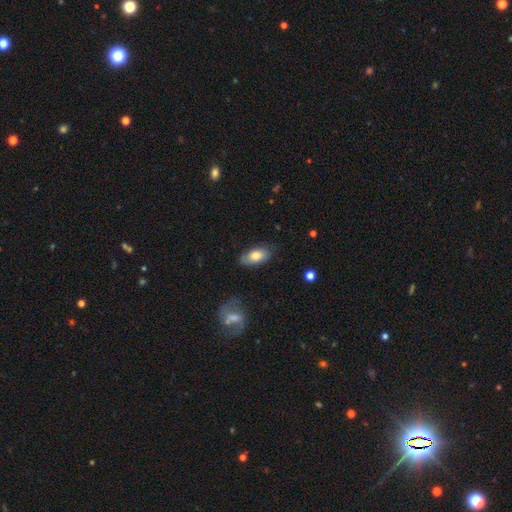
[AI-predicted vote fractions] smooth 72%, featured or disk 21%, star or artifact 7%. Down the decision tree: how rounded — in between (92%); merging — none (73%).